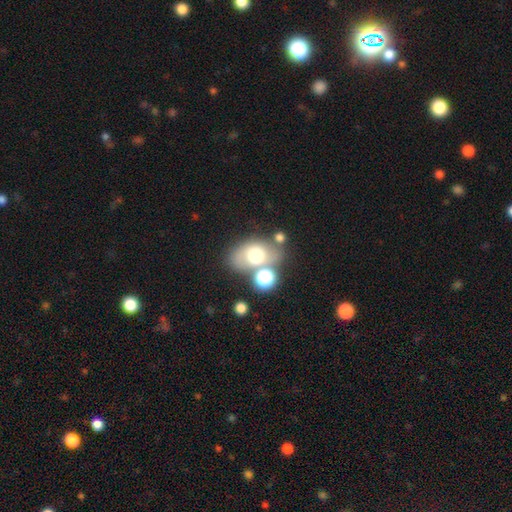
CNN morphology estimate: A smooth galaxy with no disk features (61%) that is in between round and cigar-shaped (76%).

Vote fractions:
- Smooth or featured? smooth: 61% / featured or disk: 27% / star or artifact: 12%
- How rounded? in between: 76% / round: 22% / cigar-shaped: 2%
- Merging? none: 58% / merger: 18% / minor disturbance: 16% / major disturbance: 8%